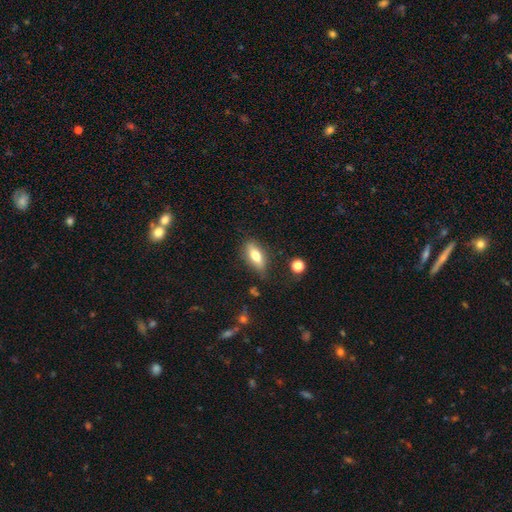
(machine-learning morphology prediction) This is likely a smooth galaxy (65%). How rounded: likely in between (72%). Merging: likely none (73%).